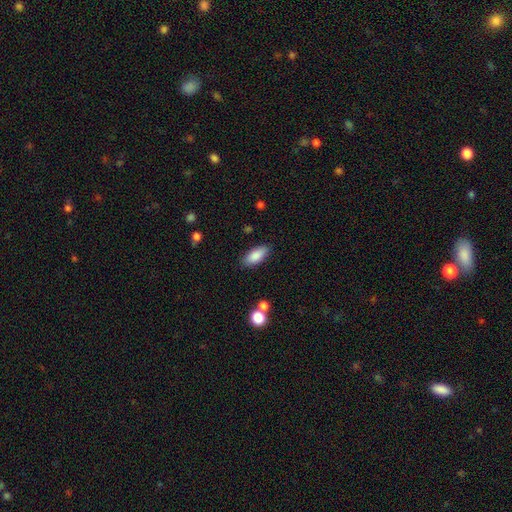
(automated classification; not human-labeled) smooth-or-featured: smooth: 86% | featured or disk: 7% | star or artifact: 7%
  how-rounded: in between: 83% | cigar-shaped: 15% | round: 2%
  merging: none: 84% | minor disturbance: 11% | major disturbance: 3% | merger: 2%